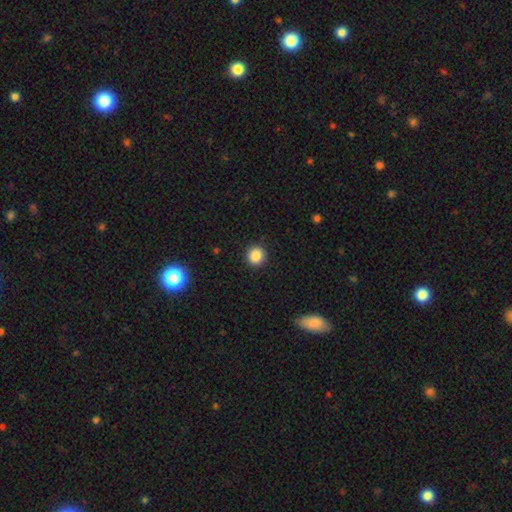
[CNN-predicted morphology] type=smooth (86%); roundness=round (93%); merging=none (92%).